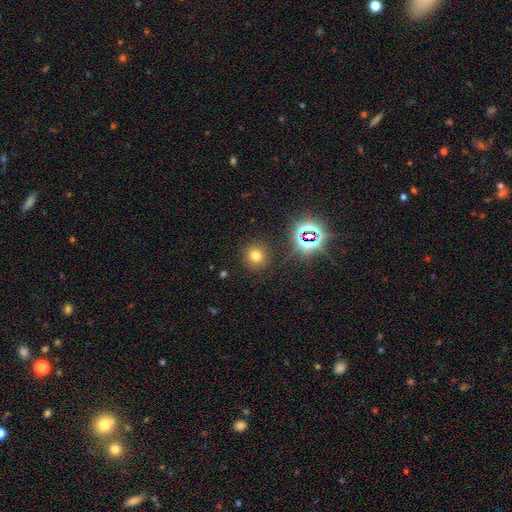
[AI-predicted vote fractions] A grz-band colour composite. It shows a smooth galaxy with no disk features (68%) that is round (92%). Merging: none (88%).